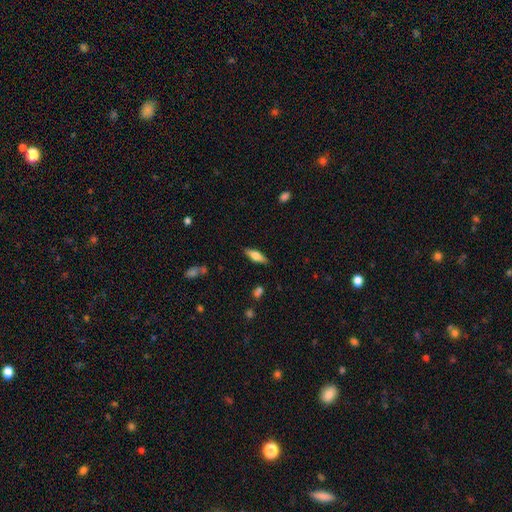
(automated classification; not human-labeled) Smooth or featured? smooth (57%)
How rounded? in between (56%)
Merging? none (86%)